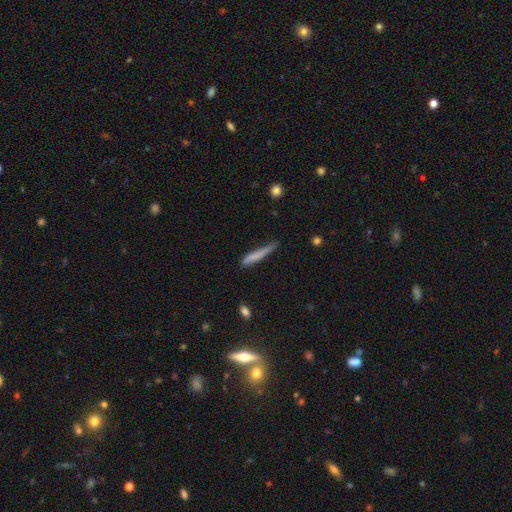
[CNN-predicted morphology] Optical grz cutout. It shows a smooth galaxy with no disk features (73%) that is cigar-shaped (94%). Merging: none (63%).